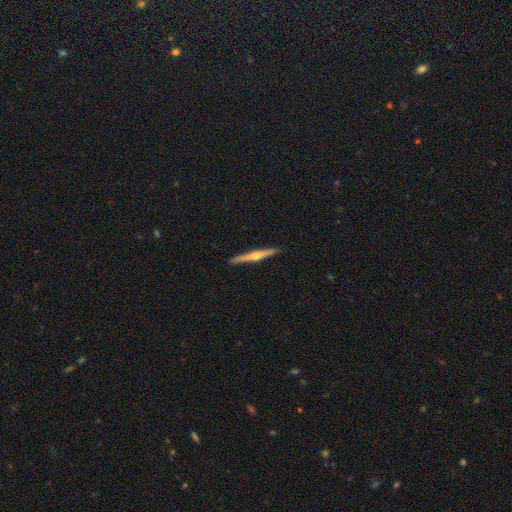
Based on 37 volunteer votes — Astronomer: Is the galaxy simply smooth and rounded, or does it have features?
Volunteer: featured or disk — 76%.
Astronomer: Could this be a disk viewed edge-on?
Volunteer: yes — 96%.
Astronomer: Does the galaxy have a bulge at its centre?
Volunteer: rounded — 100%.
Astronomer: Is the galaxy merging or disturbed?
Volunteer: none — 94%.